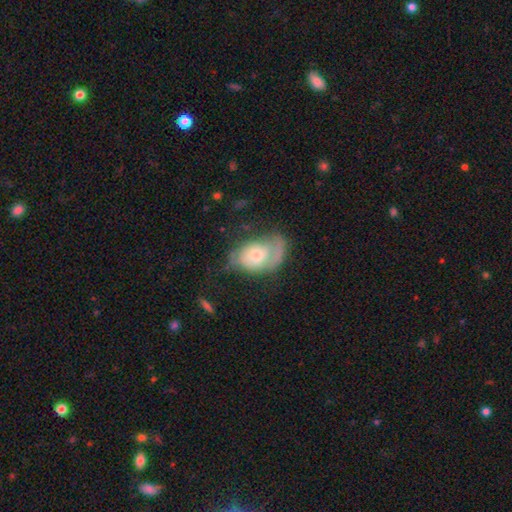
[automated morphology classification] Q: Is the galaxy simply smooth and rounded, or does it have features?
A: featured or disk — 55%.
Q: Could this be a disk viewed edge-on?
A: no — 95%.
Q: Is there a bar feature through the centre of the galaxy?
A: no — 78%.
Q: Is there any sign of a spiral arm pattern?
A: yes — 70%.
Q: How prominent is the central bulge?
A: moderate — 56%.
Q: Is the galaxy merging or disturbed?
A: none — 40%.